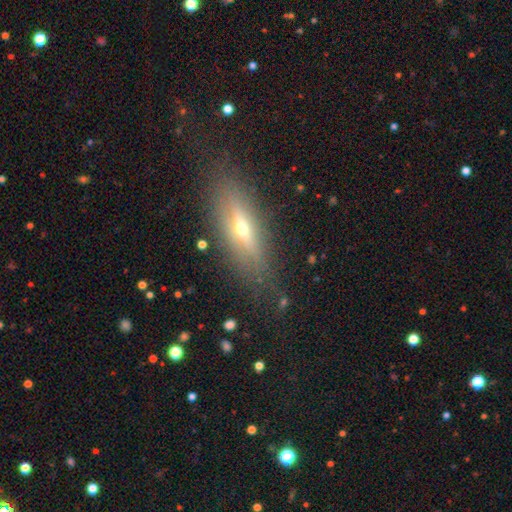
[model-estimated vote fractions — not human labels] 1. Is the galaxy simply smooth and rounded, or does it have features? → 43% smooth, 42% featured or disk, 15% star or artifact.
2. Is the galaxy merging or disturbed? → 81% none, 13% minor disturbance, 5% major disturbance, 2% merger.